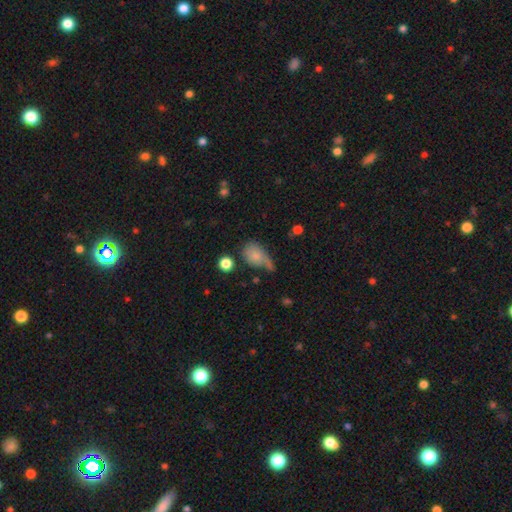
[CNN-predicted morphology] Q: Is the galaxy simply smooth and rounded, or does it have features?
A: smooth — 77%.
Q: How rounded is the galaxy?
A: in between — 74%.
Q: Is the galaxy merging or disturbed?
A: none — 36%.